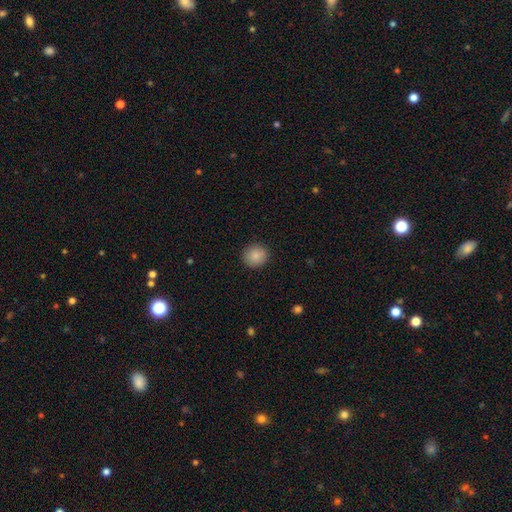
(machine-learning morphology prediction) Smooth or featured: smooth — 86% (star or artifact — 9%)
How rounded: round — 88% (in between — 11%)
Merging: none — 91% (minor disturbance — 6%)